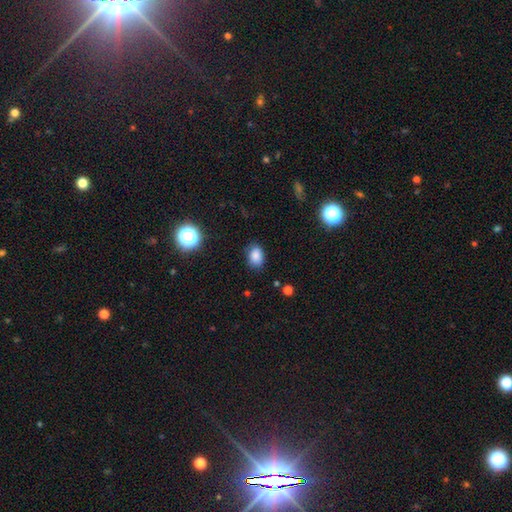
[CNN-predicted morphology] smooth_or_featured: smooth (p=0.84) [alt: star or artifact p=0.11]
how_rounded: in between (p=0.75) [alt: round p=0.24]
merging: none (p=0.81) [alt: minor disturbance p=0.14]